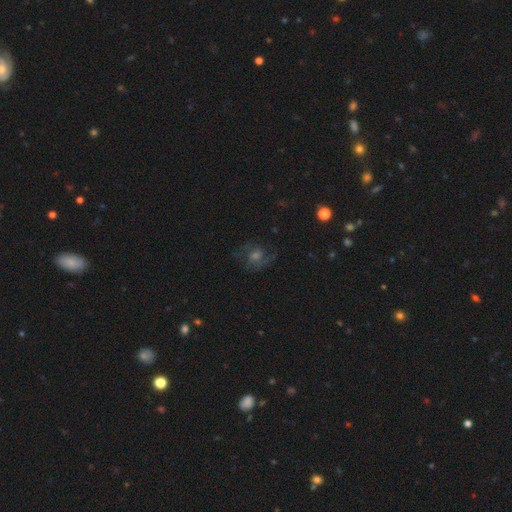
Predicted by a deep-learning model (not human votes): Smooth or featured?
  - featured or disk: 61% *
  - smooth: 20%
  - star or artifact: 20%
Edge-on disk?
  - no: 97% *
  - yes: 3%
Bar?
  - no: 60% *
  - weak: 33%
  - strong: 6%
Spiral arms?
  - yes: 89% *
  - no: 11%
Spiral winding?
  - medium: 52% *
  - tight: 24%
  - loose: 24%
Spiral arm count?
  - 2: 68% *
  - can't tell: 16%
  - 1: 6%
  - 3: 6%
  - 4: 2%
  - more than 4: 2%
Bulge size?
  - moderate: 49% *
  - small: 30%
  - large: 11%
  - none: 7%
  - dominant: 2%
Merging?
  - none: 70% *
  - minor disturbance: 16%
  - major disturbance: 12%
  - merger: 2%